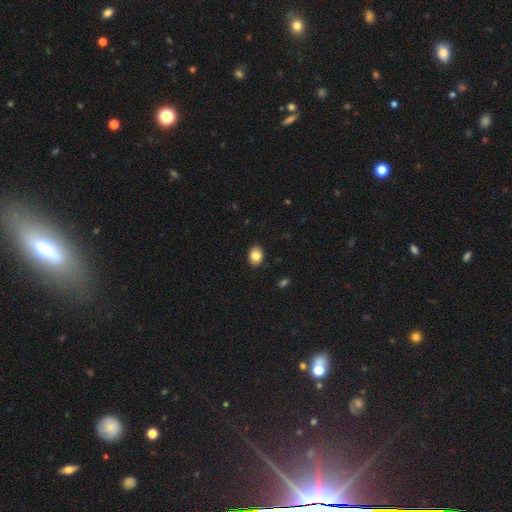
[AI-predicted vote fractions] A smooth galaxy with no disk features (84%) that is in between round and cigar-shaped (70%).

Vote fractions:
- Smooth or featured? smooth: 84% / star or artifact: 8% / featured or disk: 8%
- How rounded? in between: 70% / round: 29% / cigar-shaped: 1%
- Merging? none: 90% / minor disturbance: 8% / major disturbance: 2% / merger: 1%